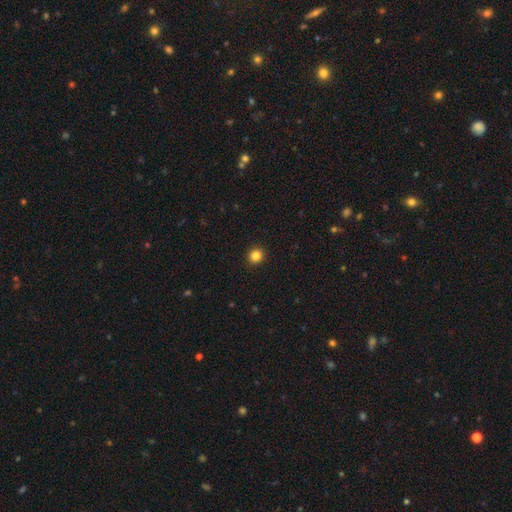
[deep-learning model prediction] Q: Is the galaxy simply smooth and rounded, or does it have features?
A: smooth — 84%.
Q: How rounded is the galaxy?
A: round — 92%.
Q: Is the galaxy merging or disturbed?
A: none — 93%.